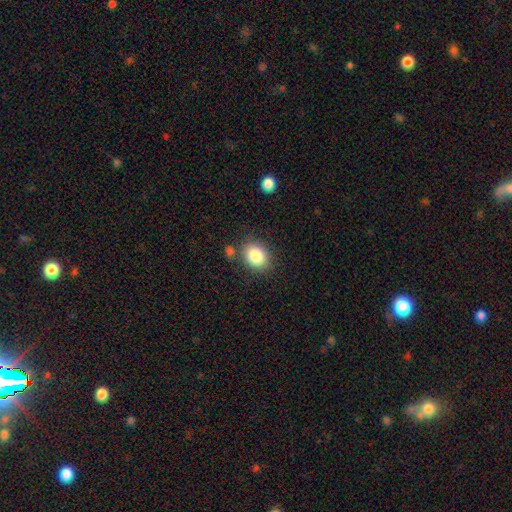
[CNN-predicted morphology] Smooth or featured? Predicted: smooth (p=0.85). How rounded? Predicted: in between (p=0.55). Merging? Predicted: none (p=0.77).